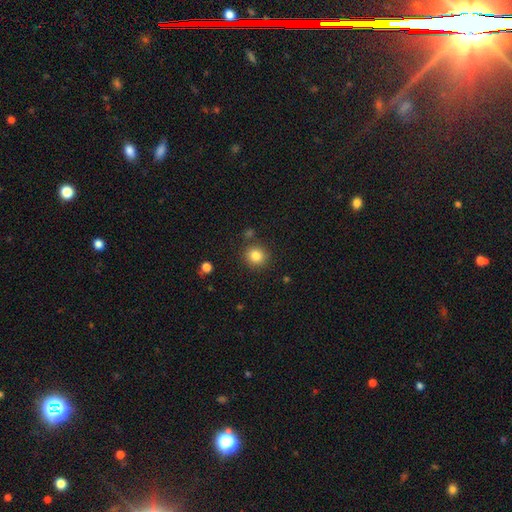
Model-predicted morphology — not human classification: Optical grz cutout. It shows a smooth galaxy with no disk features (83%) that is round (88%). Merging: none (85%).